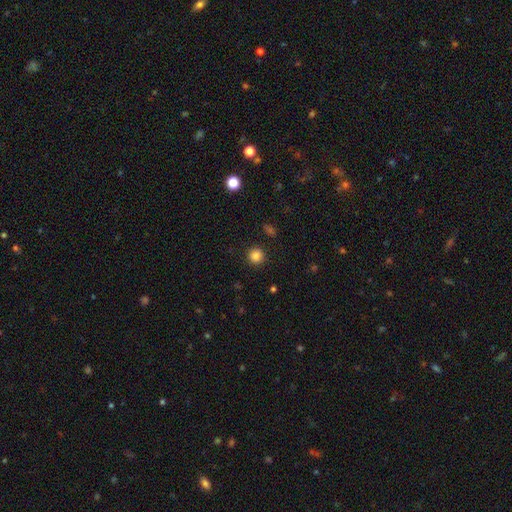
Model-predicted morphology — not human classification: This appears to be a smooth galaxy with no disk features (84%) that is round (94%). Merging: none (91%).